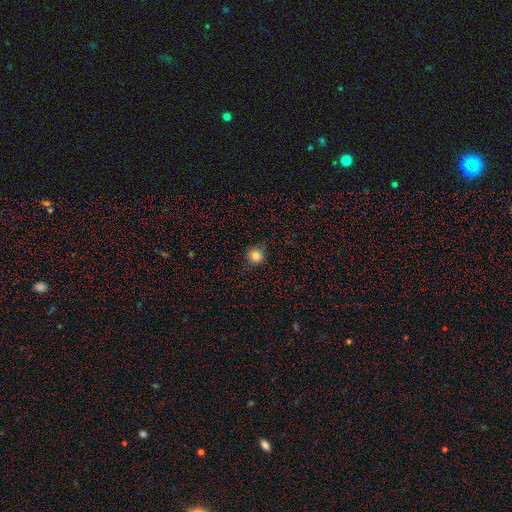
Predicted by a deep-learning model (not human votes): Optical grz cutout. It shows a smooth galaxy with no disk features (82%) that is round (93%). Merging: none (86%).